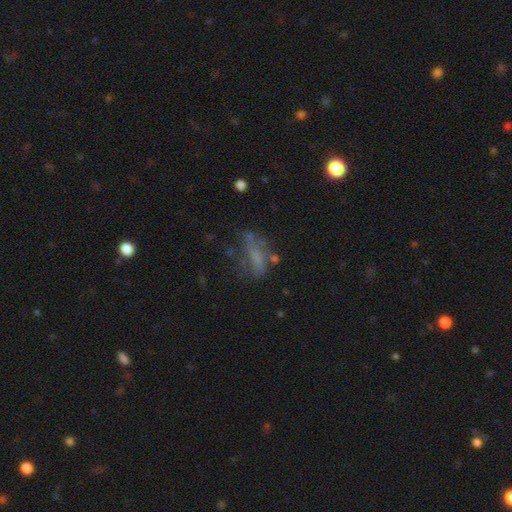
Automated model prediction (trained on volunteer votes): Q: Smooth or featured?
A: smooth (46%); runner-up: featured or disk (36%)
Q: Merging?
A: none (40%); runner-up: major disturbance (27%)